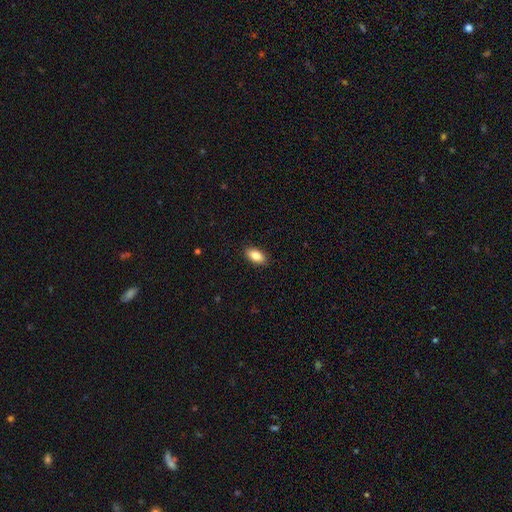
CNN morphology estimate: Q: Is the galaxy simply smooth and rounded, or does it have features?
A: smooth — 85%.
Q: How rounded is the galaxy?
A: in between — 91%.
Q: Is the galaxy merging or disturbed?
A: none — 90%.